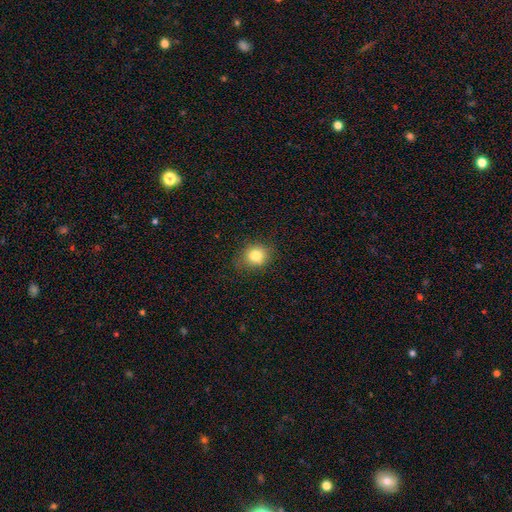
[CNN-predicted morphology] Smooth or featured?
  - smooth: 81% *
  - star or artifact: 11%
  - featured or disk: 8%
How rounded?
  - round: 72% *
  - in between: 27%
  - cigar-shaped: 1%
Merging?
  - none: 83% *
  - minor disturbance: 12%
  - major disturbance: 3%
  - merger: 1%